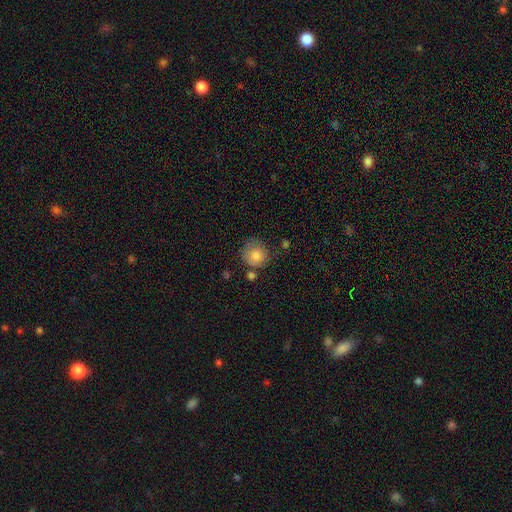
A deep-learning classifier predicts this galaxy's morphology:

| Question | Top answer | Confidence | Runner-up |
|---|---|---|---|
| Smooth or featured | smooth | 80% | featured or disk (12%) |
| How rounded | round | 89% | in between (10%) |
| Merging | none | 62% | minor disturbance (23%) |